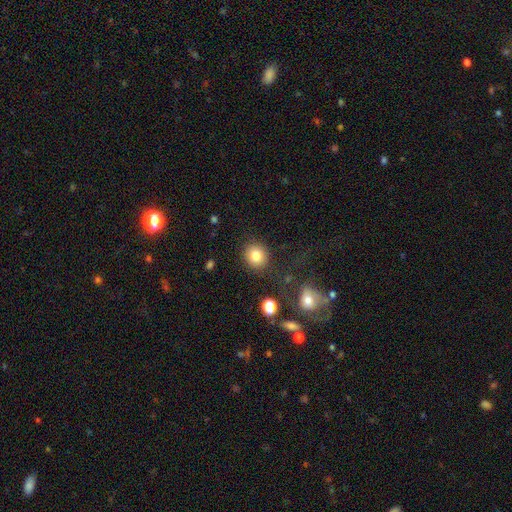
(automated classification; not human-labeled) The model was most divided on "how rounded": round: 84%, in between: 15%, cigar-shaped: 1%. More confident: merging — none (86%); smooth or featured — smooth (83%).